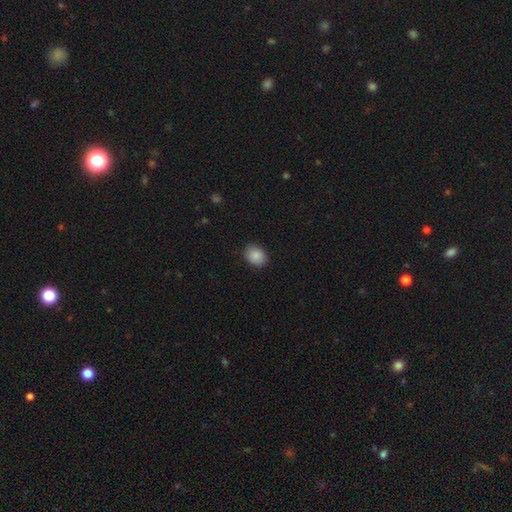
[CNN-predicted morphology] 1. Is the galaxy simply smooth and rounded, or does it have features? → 89% smooth, 8% star or artifact, 3% featured or disk.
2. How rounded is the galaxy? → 61% in between, 38% round, 1% cigar-shaped.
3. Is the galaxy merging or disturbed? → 87% none, 10% minor disturbance, 2% major disturbance, 1% merger.